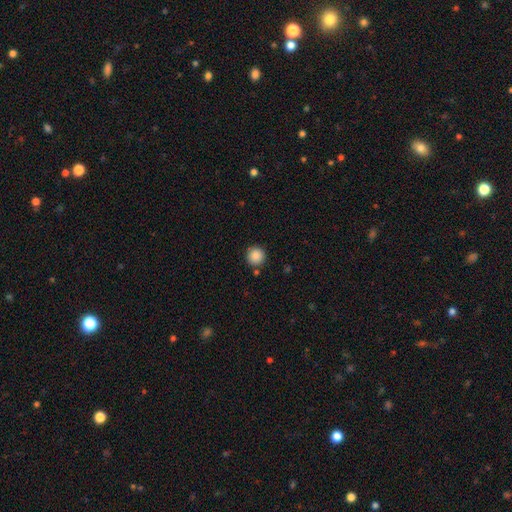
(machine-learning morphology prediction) Smooth or featured?
  - smooth: 88% *
  - star or artifact: 9%
  - featured or disk: 3%
How rounded?
  - round: 95% *
  - in between: 4%
  - cigar-shaped: 1%
Merging?
  - none: 86% *
  - minor disturbance: 8%
  - merger: 4%
  - major disturbance: 2%